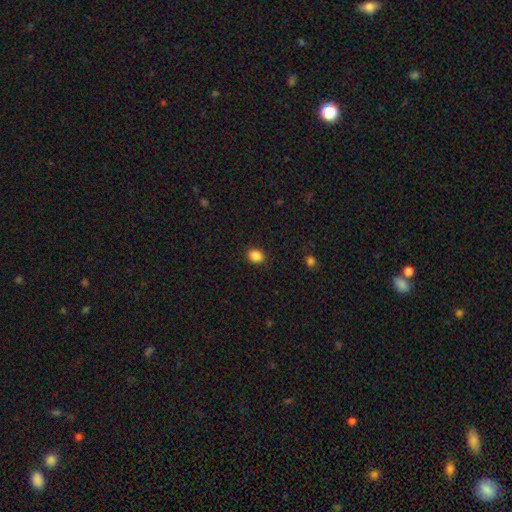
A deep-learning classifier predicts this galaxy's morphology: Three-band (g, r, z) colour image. It shows a smooth galaxy with no disk features (87%) that is round (53%). Merging: none (90%).